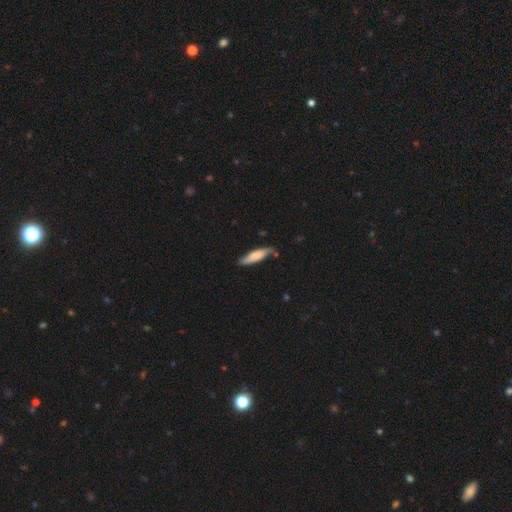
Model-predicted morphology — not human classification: This appears to be a smooth galaxy with no disk features (69%) that is cigar-shaped (73%). Merging: none (72%).